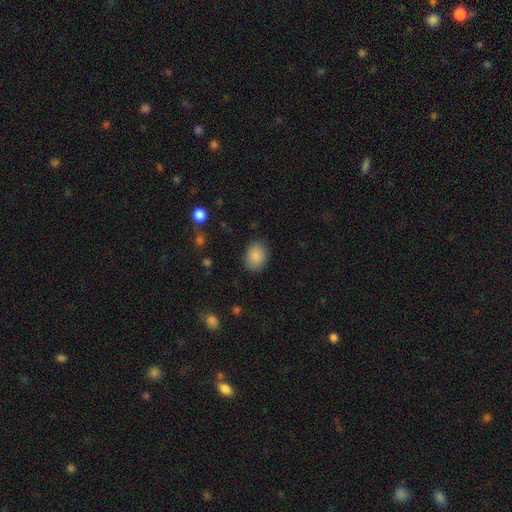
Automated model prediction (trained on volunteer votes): smooth_or_featured: smooth (p=0.87) [alt: star or artifact p=0.08]
how_rounded: in between (p=0.59) [alt: round p=0.40]
merging: none (p=0.85) [alt: minor disturbance p=0.11]